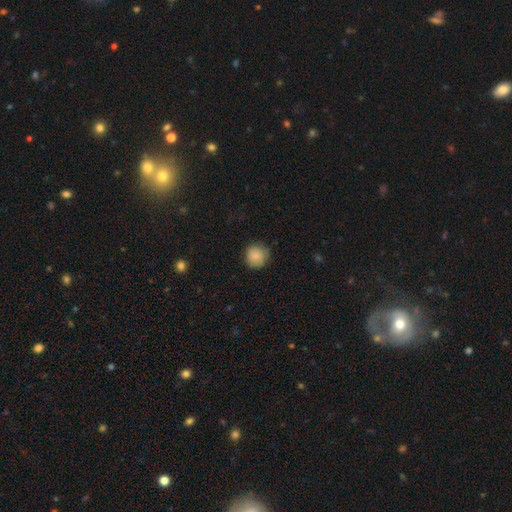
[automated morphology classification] Smooth or featured?
  - smooth: 87% *
  - star or artifact: 8%
  - featured or disk: 4%
How rounded?
  - round: 91% *
  - in between: 8%
  - cigar-shaped: 1%
Merging?
  - none: 82% *
  - minor disturbance: 14%
  - major disturbance: 3%
  - merger: 1%